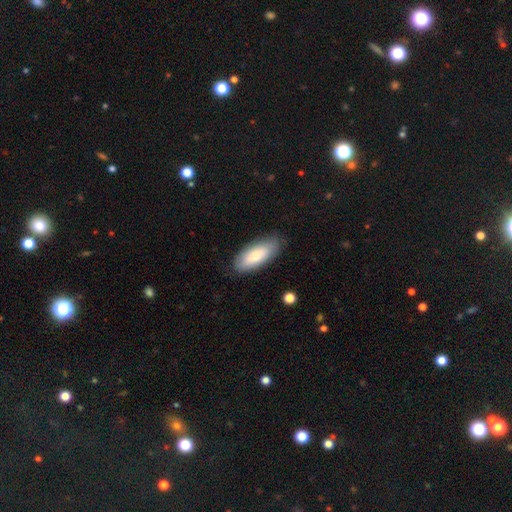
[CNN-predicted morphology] type=smooth (74%); roundness=in between (82%); merging=none (83%).